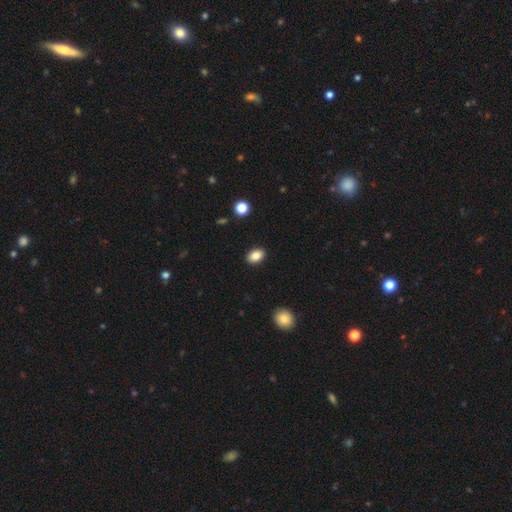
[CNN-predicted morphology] A smooth galaxy with no disk features (86%) that is in between round and cigar-shaped (81%).

Vote fractions:
- Smooth or featured? smooth: 86% / star or artifact: 9% / featured or disk: 5%
- How rounded? in between: 81% / round: 18% / cigar-shaped: 1%
- Merging? none: 90% / minor disturbance: 7% / major disturbance: 2% / merger: 1%